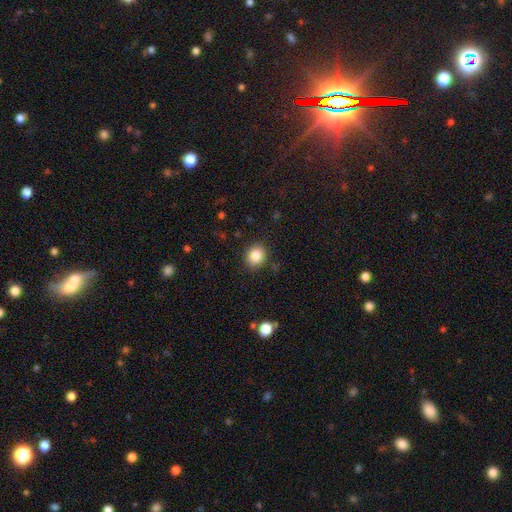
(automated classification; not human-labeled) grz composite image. It shows a smooth galaxy with no disk features (85%) that is round (73%). Merging: none (88%).